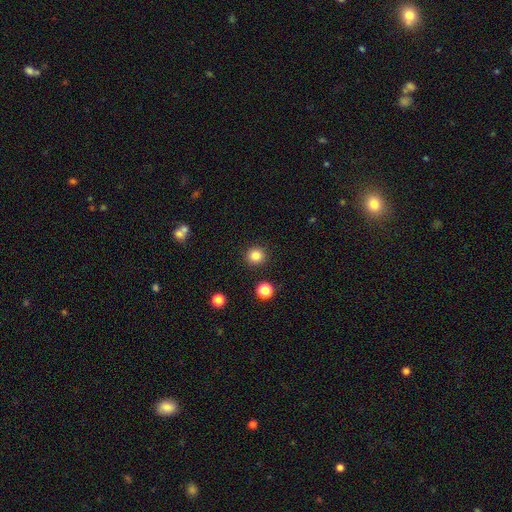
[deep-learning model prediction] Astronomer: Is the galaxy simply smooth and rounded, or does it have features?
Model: smooth — 85%.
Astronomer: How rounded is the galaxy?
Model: round — 94%.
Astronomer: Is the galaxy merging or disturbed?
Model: none — 92%.